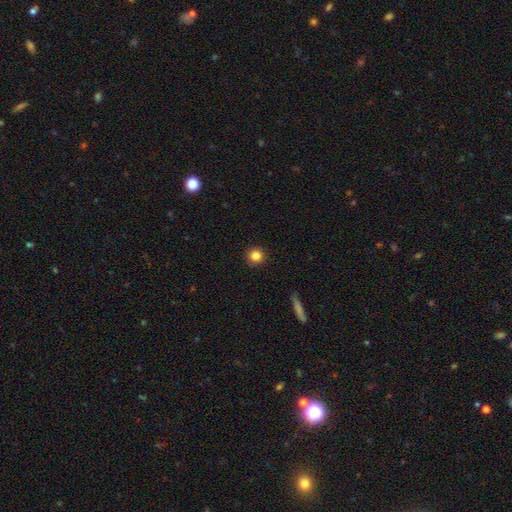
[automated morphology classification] The model was most divided on "smooth or featured": smooth: 84%, star or artifact: 11%, featured or disk: 5%. More confident: how rounded — round (95%); merging — none (92%).